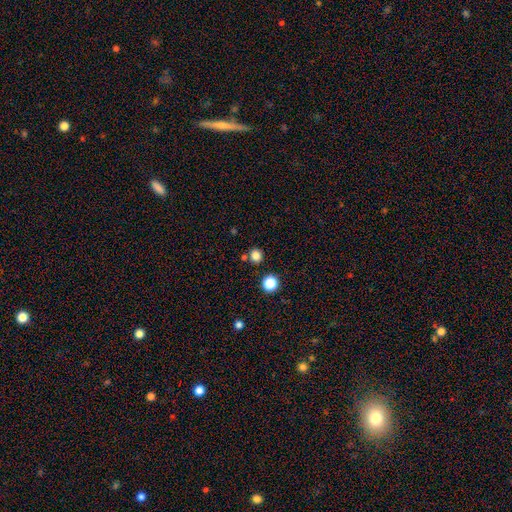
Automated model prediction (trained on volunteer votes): A smooth galaxy with no disk features (81%) that is round (91%). Merging: none (83%).